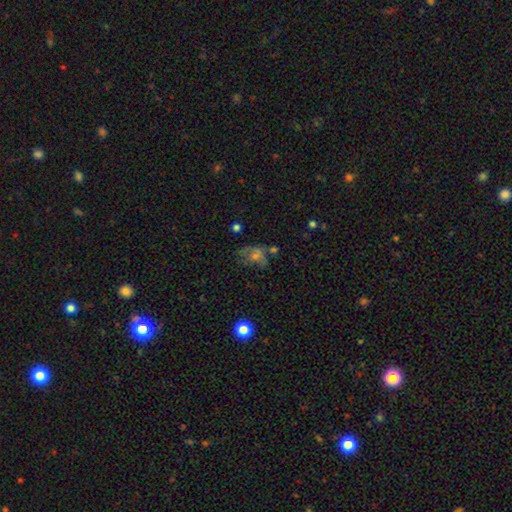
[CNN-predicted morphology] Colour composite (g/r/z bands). It shows a smooth galaxy with no disk features (49%). Merging: none (37%).